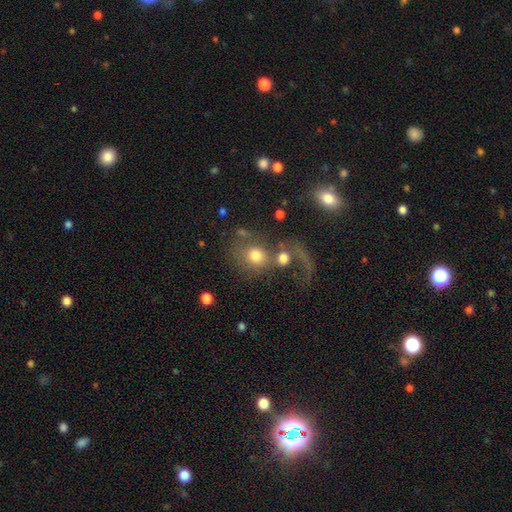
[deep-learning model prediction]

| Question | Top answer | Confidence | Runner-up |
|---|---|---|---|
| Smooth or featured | smooth | 66% | featured or disk (21%) |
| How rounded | round | 77% | in between (22%) |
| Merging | merger | 46% | none (26%) |